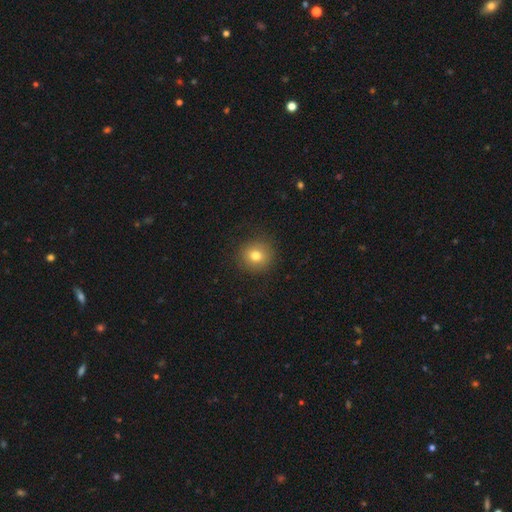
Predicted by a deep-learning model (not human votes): Smooth or featured: smooth — 78% (star or artifact — 12%)
How rounded: round — 90% (in between — 9%)
Merging: none — 88% (minor disturbance — 8%)